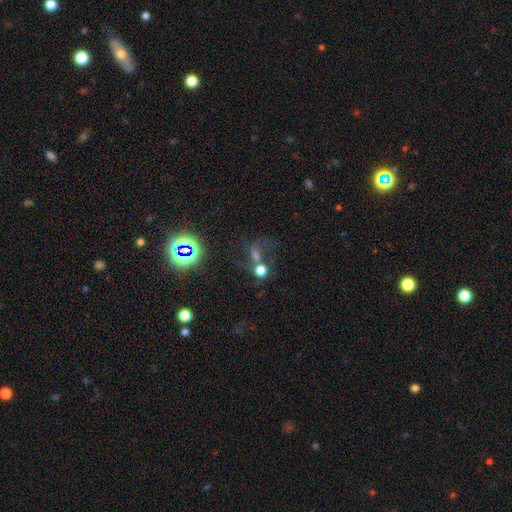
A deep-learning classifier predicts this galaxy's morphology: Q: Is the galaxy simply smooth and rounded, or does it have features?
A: star or artifact — 43%.